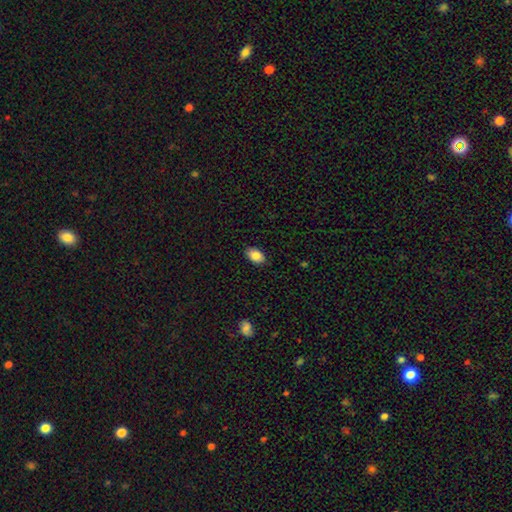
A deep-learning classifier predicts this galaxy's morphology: This is clearly a smooth galaxy (86%). How rounded: clearly in between (89%). Merging: clearly none (86%).